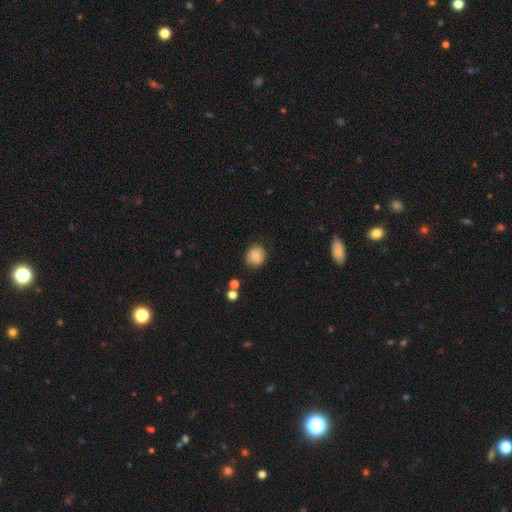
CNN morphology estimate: smooth 80%, featured or disk 11%, star or artifact 9%. Down the decision tree: how rounded — round (84%); merging — none (80%).